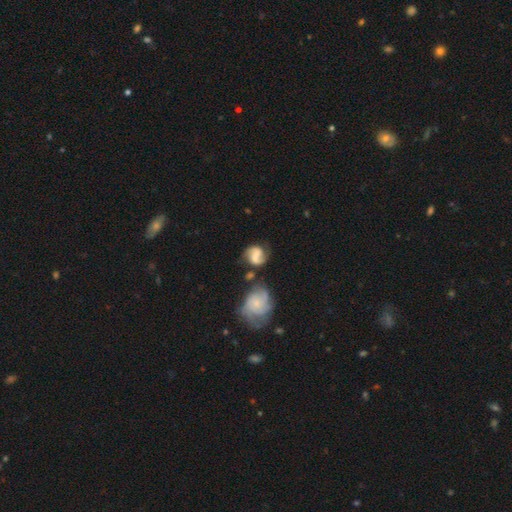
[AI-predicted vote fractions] smooth_or_featured: featured or disk (p=0.65) [alt: smooth p=0.27]
disk_edge_on: no (p=0.97) [alt: yes p=0.03]
bar: weak (p=0.44) [alt: no p=0.34]
has_spiral_arms: yes (p=0.92) [alt: no p=0.08]
spiral_winding: medium (p=0.45) [alt: loose p=0.33]
spiral_arm_count: 2 (p=0.83) [alt: can't tell p=0.08]
bulge_size: none (p=0.43) [alt: small p=0.28]
merging: none (p=0.53) [alt: minor disturbance p=0.19]